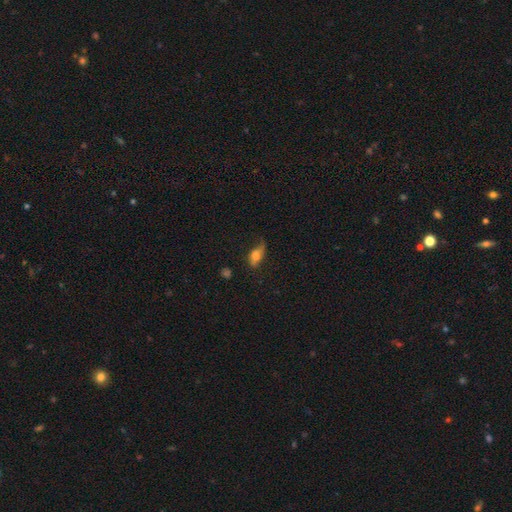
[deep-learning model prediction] smooth-or-featured: smooth: 66% | featured or disk: 25% | star or artifact: 9%
  how-rounded: in between: 79% | cigar-shaped: 14% | round: 6%
  merging: none: 45% | minor disturbance: 34% | major disturbance: 18% | merger: 3%